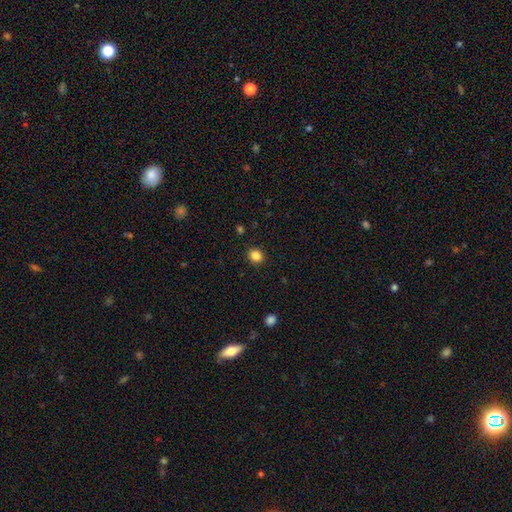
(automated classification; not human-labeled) This is clearly a smooth galaxy (85%). How rounded: likely round (77%). Merging: clearly none (91%).